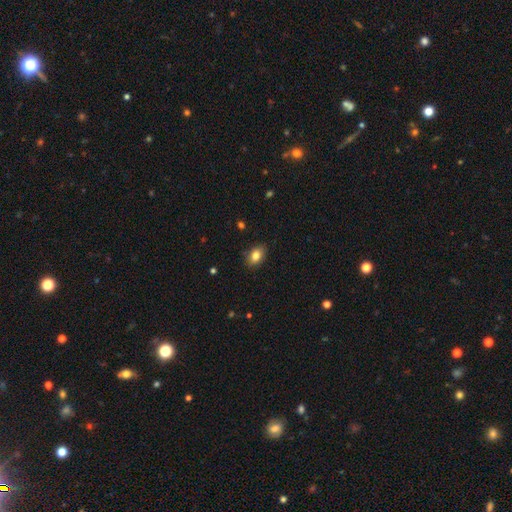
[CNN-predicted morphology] This appears to be a smooth galaxy with no disk features (83%) that is in between round and cigar-shaped (79%). Merging: none (86%).